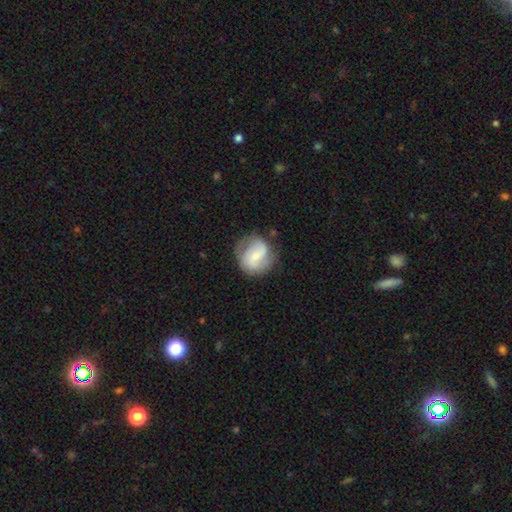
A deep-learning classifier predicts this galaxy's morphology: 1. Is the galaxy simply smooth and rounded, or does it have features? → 55% featured or disk, 38% smooth, 7% star or artifact.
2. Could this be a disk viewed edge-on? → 98% no, 2% yes.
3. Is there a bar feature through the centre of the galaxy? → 45% no, 42% weak, 14% strong.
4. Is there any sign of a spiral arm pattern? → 83% yes, 17% no.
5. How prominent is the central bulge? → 59% small, 30% moderate, 6% none, 3% large, 1% dominant.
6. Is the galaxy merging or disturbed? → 64% none, 23% minor disturbance, 11% major disturbance, 2% merger.